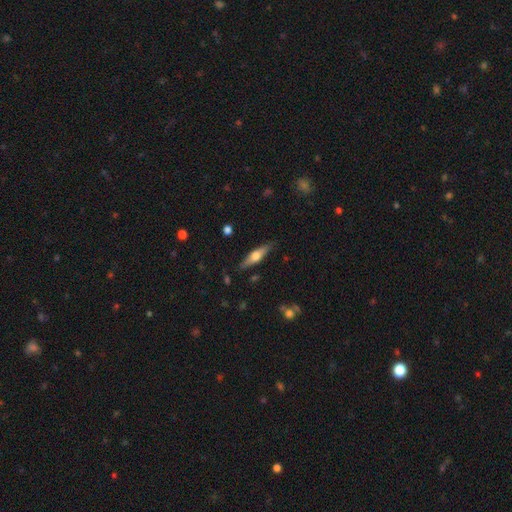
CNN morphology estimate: smooth-or-featured: featured or disk: 49% | smooth: 45% | star or artifact: 6%
  merging: none: 85% | minor disturbance: 12% | major disturbance: 2% | merger: 1%